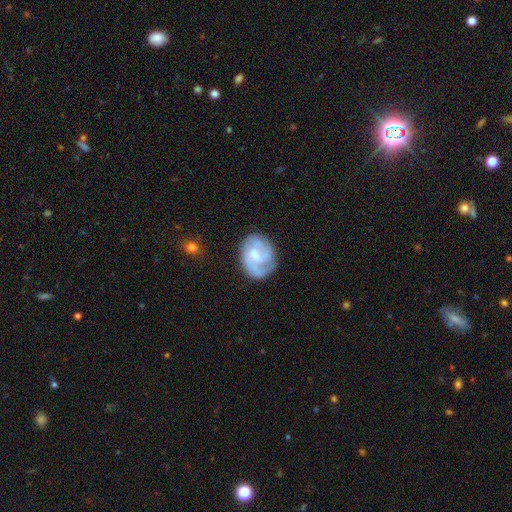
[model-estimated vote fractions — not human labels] Q: Smooth or featured?
A: featured or disk (71%); runner-up: smooth (23%)
Q: Edge-on disk?
A: no (98%); runner-up: yes (2%)
Q: Bar?
A: weak (54%); runner-up: no (34%)
Q: Spiral arms?
A: yes (88%); runner-up: no (12%)
Q: Spiral winding?
A: medium (43%); runner-up: tight (39%)
Q: Spiral arm count?
A: 2 (43%); runner-up: can't tell (24%)
Q: Bulge size?
A: moderate (40%); runner-up: small (38%)
Q: Merging?
A: none (66%); runner-up: minor disturbance (21%)